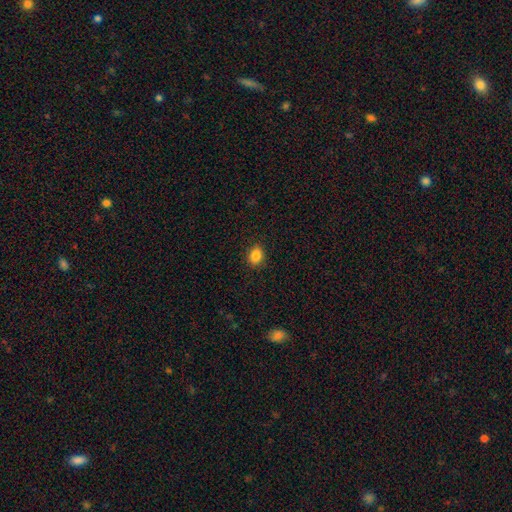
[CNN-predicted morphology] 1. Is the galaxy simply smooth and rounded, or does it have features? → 86% smooth, 10% star or artifact, 4% featured or disk.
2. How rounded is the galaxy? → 51% in between, 48% round, 1% cigar-shaped.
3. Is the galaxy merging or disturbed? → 90% none, 7% minor disturbance, 2% major disturbance, 1% merger.